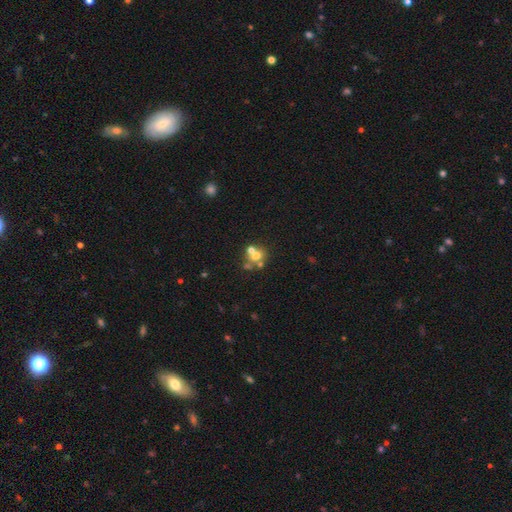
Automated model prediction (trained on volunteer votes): Smooth or featured: smooth — 54% (featured or disk — 28%)
How rounded: round — 78% (in between — 21%)
Merging: merger — 46% (none — 41%)